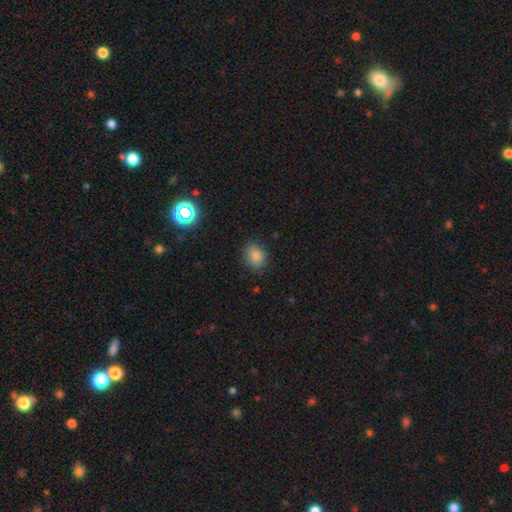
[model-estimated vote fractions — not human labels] smooth-or-featured: smooth: 81% | star or artifact: 12% | featured or disk: 6%
  how-rounded: in between: 50% | round: 49% | cigar-shaped: 1%
  merging: none: 83% | minor disturbance: 13% | major disturbance: 3% | merger: 1%